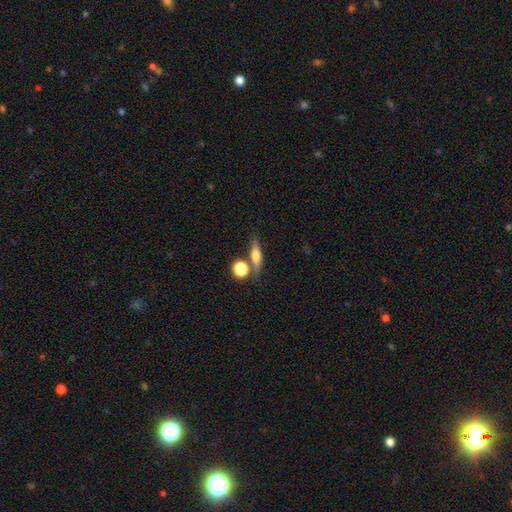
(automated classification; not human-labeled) Overall: smooth (48%; featured or disk 43%). Merging: none (70%).